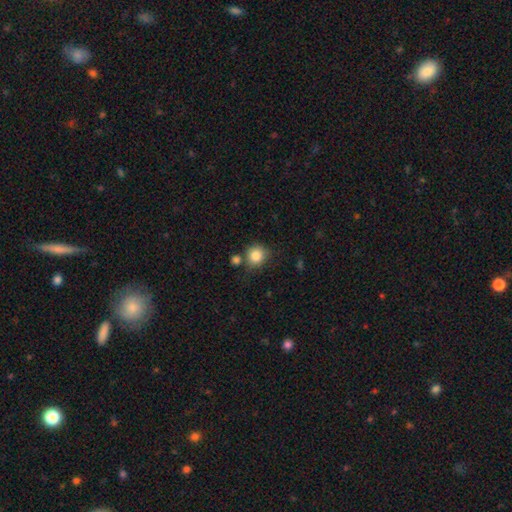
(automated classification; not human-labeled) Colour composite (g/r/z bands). It shows a smooth galaxy with no disk features (84%) that is round (86%). Merging: none (69%).